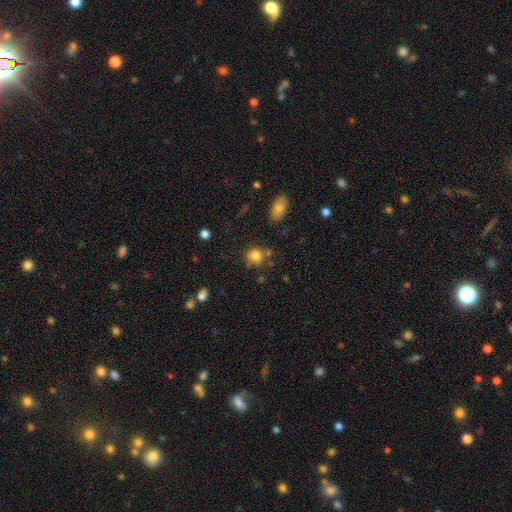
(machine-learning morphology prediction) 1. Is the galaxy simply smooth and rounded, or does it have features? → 81% smooth, 11% star or artifact, 8% featured or disk.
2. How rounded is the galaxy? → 74% round, 25% in between, 1% cigar-shaped.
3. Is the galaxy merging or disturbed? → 65% none, 17% minor disturbance, 12% merger, 6% major disturbance.